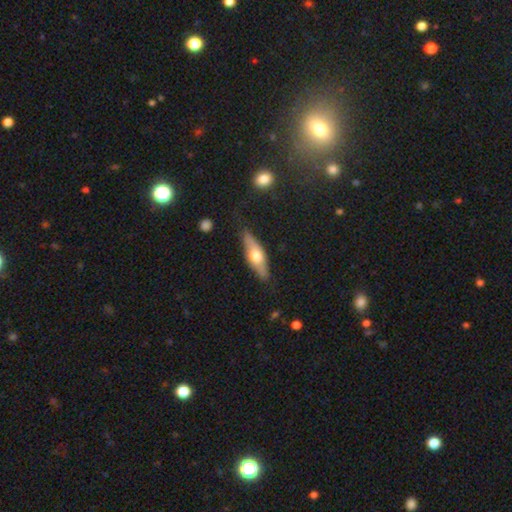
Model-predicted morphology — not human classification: A smooth galaxy with no disk features (48%). Merging: none (80%).